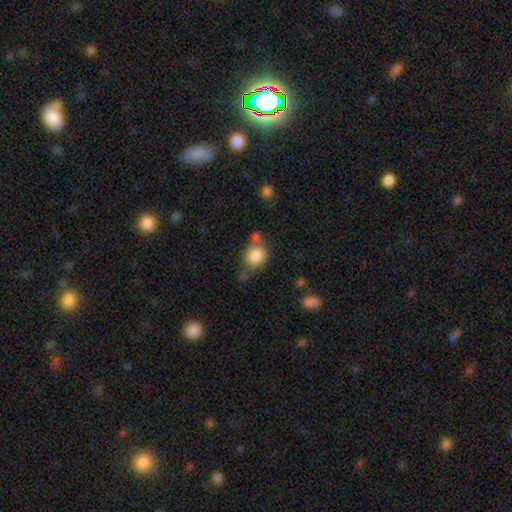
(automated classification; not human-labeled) Smooth or featured? smooth (82%)
How rounded? round (71%)
Merging? none (50%)